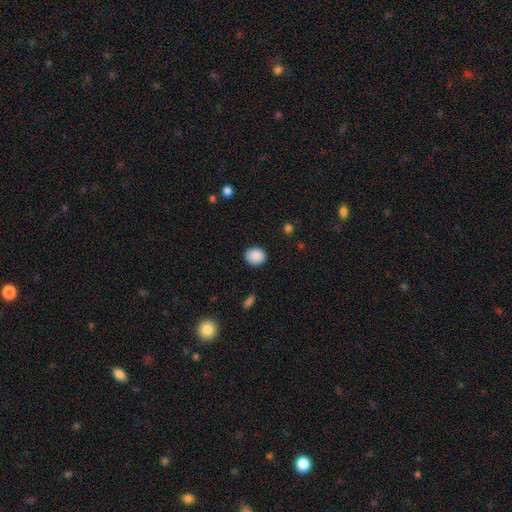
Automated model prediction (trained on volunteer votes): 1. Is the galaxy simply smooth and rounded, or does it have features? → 89% smooth, 8% star or artifact, 3% featured or disk.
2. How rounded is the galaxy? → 63% round, 36% in between, 1% cigar-shaped.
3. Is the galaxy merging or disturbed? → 88% none, 8% minor disturbance, 2% major disturbance, 1% merger.